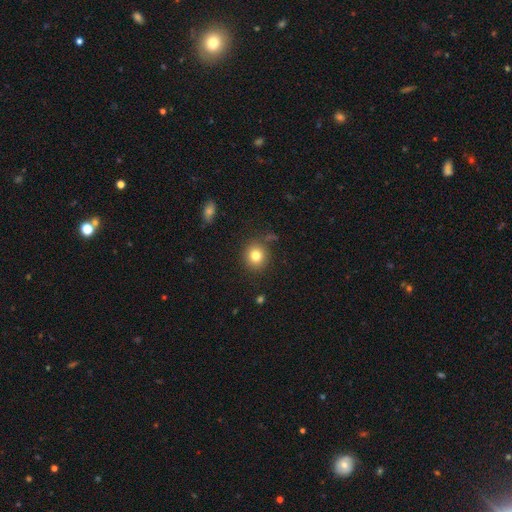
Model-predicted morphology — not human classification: smooth 80%, star or artifact 12%, featured or disk 8%. Down the decision tree: how rounded — round (86%); merging — none (85%).